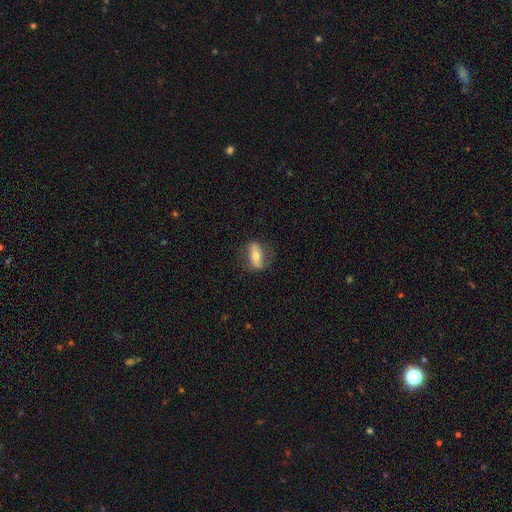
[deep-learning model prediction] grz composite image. It shows a smooth galaxy with no disk features (52%) that is in between round and cigar-shaped (70%). Merging: none (77%).